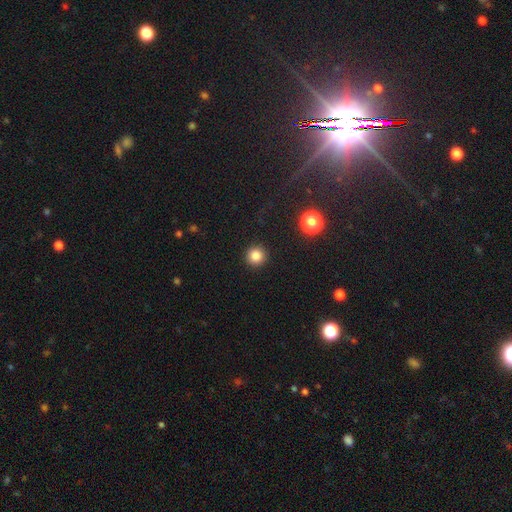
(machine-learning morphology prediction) Smooth or featured? Predicted: smooth (p=0.84). How rounded? Predicted: round (p=0.95). Merging? Predicted: none (p=0.92).